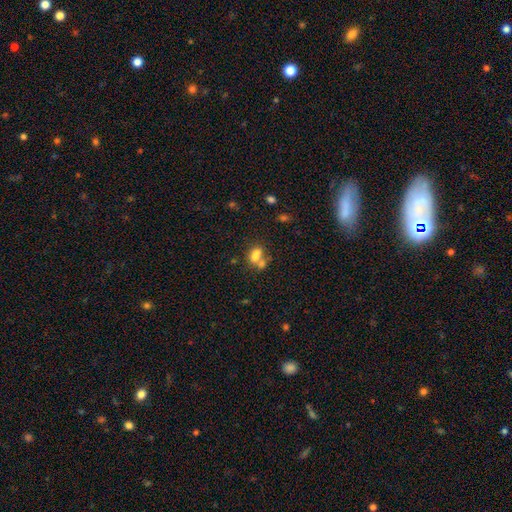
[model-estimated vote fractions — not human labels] smooth 71%, featured or disk 16%, star or artifact 14%. Down the decision tree: how rounded — in between (73%); merging — merger (54%).